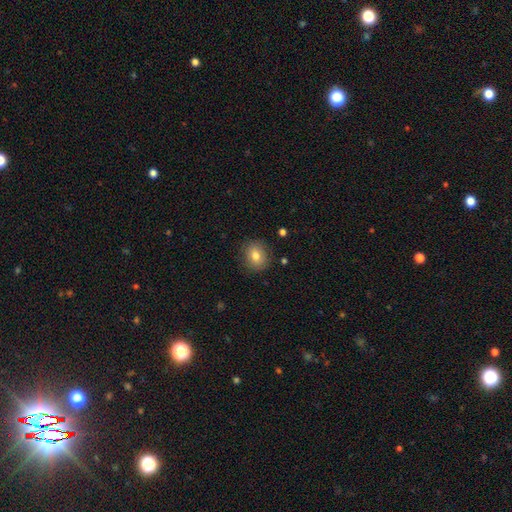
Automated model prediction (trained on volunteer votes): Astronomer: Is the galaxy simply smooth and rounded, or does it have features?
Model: smooth — 79%.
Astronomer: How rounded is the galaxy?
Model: round — 72%.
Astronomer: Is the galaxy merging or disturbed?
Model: none — 86%.